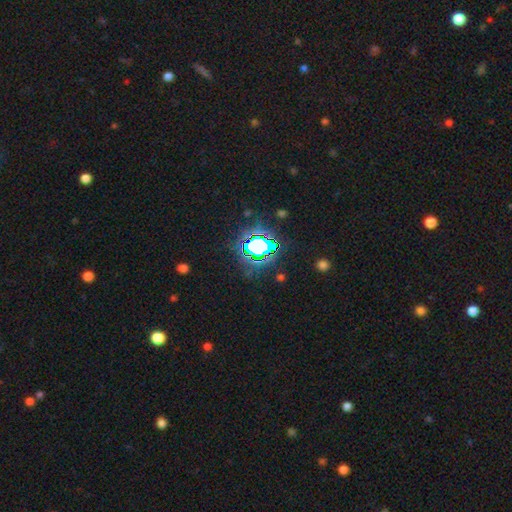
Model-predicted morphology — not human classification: star or artifact 74%, smooth 17%, featured or disk 9%.